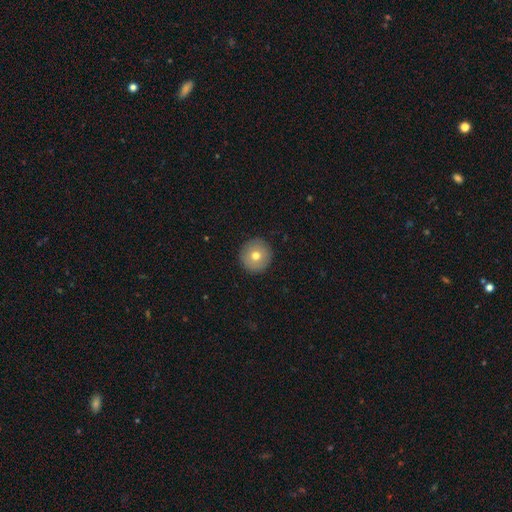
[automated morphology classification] A smooth galaxy with no disk features (71%) that is round (96%).

Vote fractions:
- Smooth or featured? smooth: 71% / featured or disk: 19% / star or artifact: 9%
- How rounded? round: 96% / in between: 3% / cigar-shaped: 1%
- Merging? none: 92% / minor disturbance: 5% / major disturbance: 2% / merger: 1%